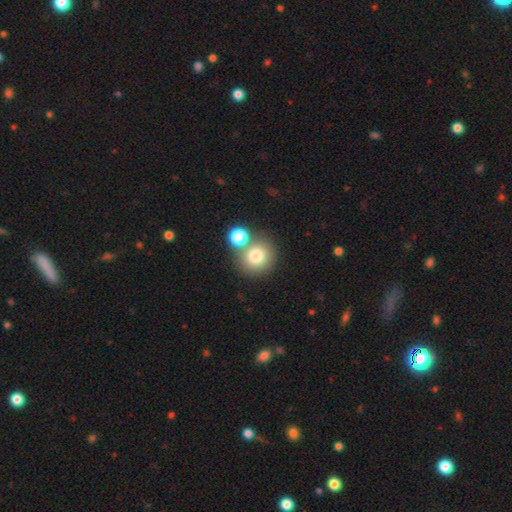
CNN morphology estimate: A smooth galaxy with no disk features (79%) that is round (89%). Merging: none (60%).